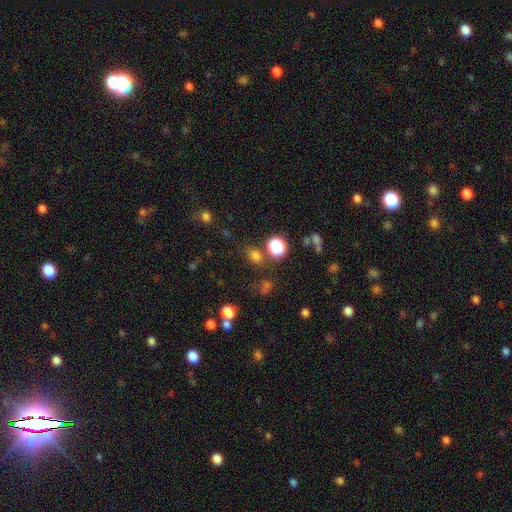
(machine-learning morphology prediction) Q: Smooth or featured?
A: smooth (71%); runner-up: star or artifact (23%)
Q: How rounded?
A: round (62%); runner-up: in between (37%)
Q: Merging?
A: none (74%); runner-up: minor disturbance (12%)